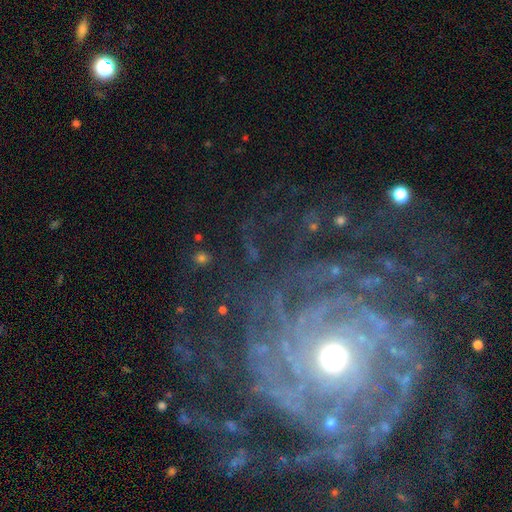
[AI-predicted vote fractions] This is clearly a featured or disk galaxy (84%). It is clearly not viewed edge-on (97%). Bar: likely no (75%). Spiral arm pattern: clearly yes (94%). Spiral arm count: marginally can't tell (28%). Spiral winding: likely tight (73%). Central bulge: possibly moderate (60%). Merging: likely none (70%).